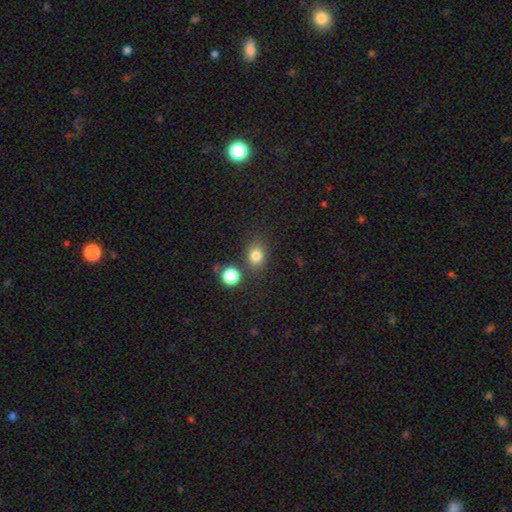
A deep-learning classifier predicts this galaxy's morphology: Smooth or featured? Predicted: smooth (p=0.80). How rounded? Predicted: round (p=0.56). Merging? Predicted: none (p=0.74).